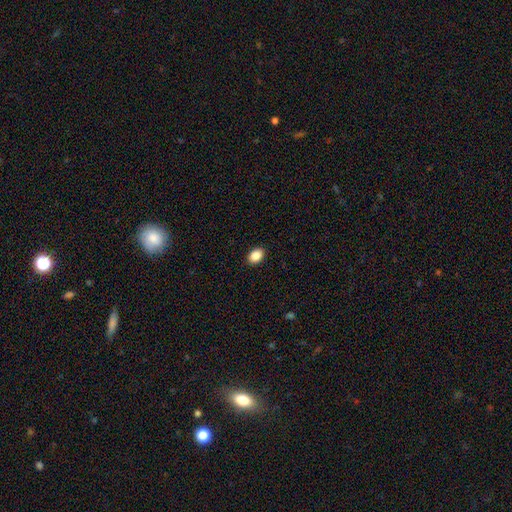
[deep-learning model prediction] smooth 89%, star or artifact 8%, featured or disk 3%. Down the decision tree: how rounded — in between (84%); merging — none (91%).